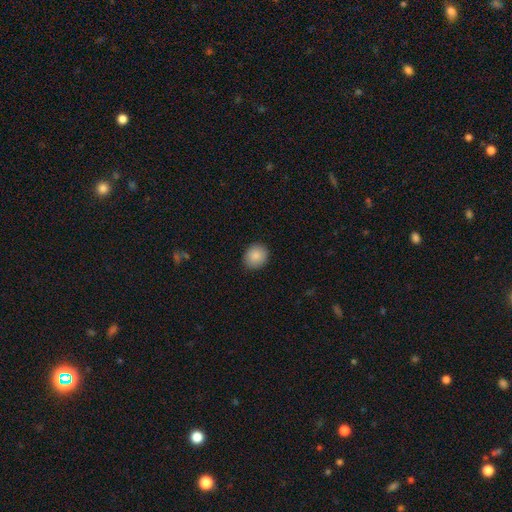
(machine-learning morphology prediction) smooth-or-featured: smooth: 87% | star or artifact: 8% | featured or disk: 4%
  how-rounded: round: 73% | in between: 26% | cigar-shaped: 1%
  merging: none: 89% | minor disturbance: 8% | major disturbance: 2% | merger: 1%